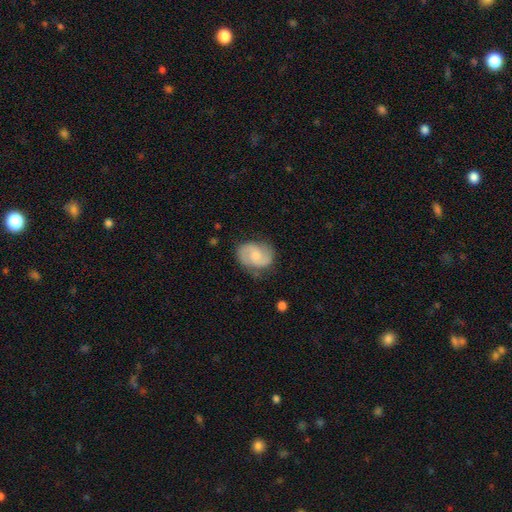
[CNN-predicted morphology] Smooth or featured?
  - featured or disk: 67% *
  - smooth: 27%
  - star or artifact: 6%
Edge-on disk?
  - no: 98% *
  - yes: 2%
Bar?
  - no: 52% *
  - weak: 40%
  - strong: 7%
Spiral arms?
  - yes: 93% *
  - no: 7%
Spiral winding?
  - medium: 49% *
  - loose: 31%
  - tight: 20%
Spiral arm count?
  - 2: 89% *
  - can't tell: 6%
  - 1: 2%
  - 3: 1%
  - 4: 1%
  - more than 4: 1%
Bulge size?
  - small: 42% *
  - moderate: 40%
  - none: 12%
  - large: 5%
  - dominant: 1%
Merging?
  - none: 74% *
  - minor disturbance: 19%
  - major disturbance: 6%
  - merger: 2%